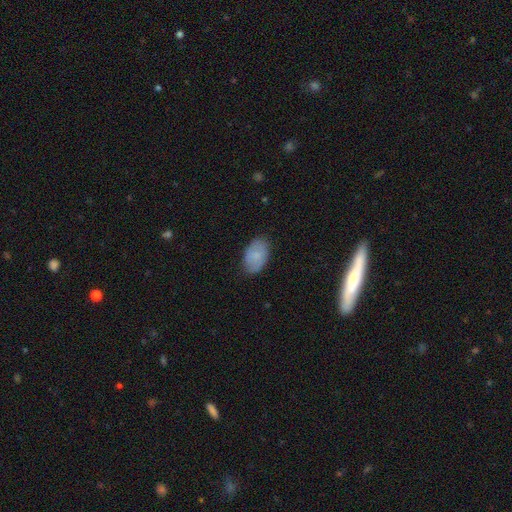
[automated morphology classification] type=smooth (76%); roundness=in between (91%); merging=none (81%).